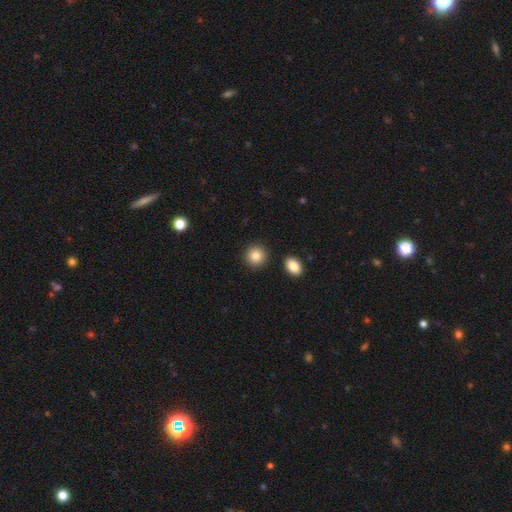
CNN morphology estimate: smooth_or_featured: smooth (p=0.85) [alt: star or artifact p=0.09]
how_rounded: round (p=0.89) [alt: in between p=0.10]
merging: none (p=0.89) [alt: minor disturbance p=0.06]